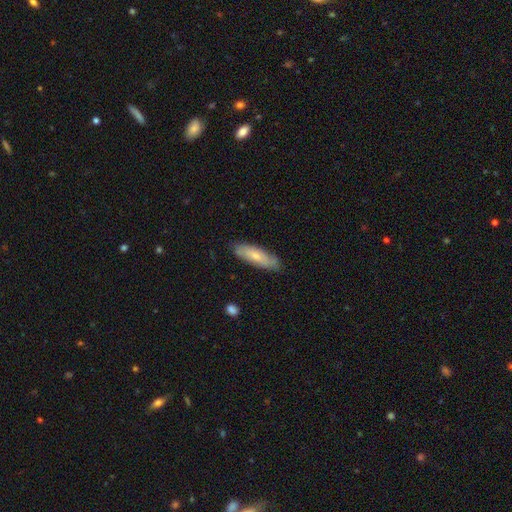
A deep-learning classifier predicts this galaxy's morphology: A smooth galaxy with no disk features (62%) that is cigar-shaped (51%). Merging: none (81%).